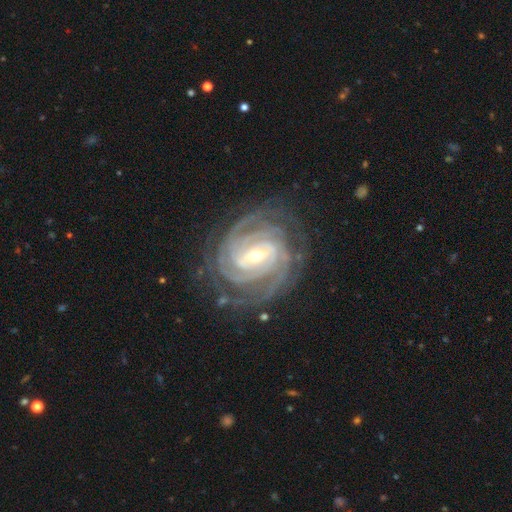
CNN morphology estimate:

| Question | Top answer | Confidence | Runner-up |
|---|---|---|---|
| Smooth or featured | featured or disk | 93% | star or artifact (4%) |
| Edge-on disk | no | 98% | yes (2%) |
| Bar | weak | 43% | strong (37%) |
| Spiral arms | yes | 99% | no (1%) |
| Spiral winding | tight | 80% | medium (18%) |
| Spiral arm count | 4 | 30% | 3 (24%) |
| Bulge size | small | 56% | moderate (41%) |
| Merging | none | 79% | minor disturbance (15%) |